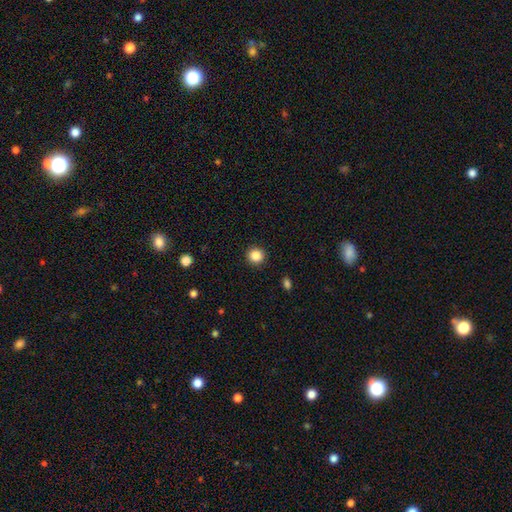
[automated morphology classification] This is clearly a smooth galaxy (86%). How rounded: clearly round (92%). Merging: clearly none (92%).